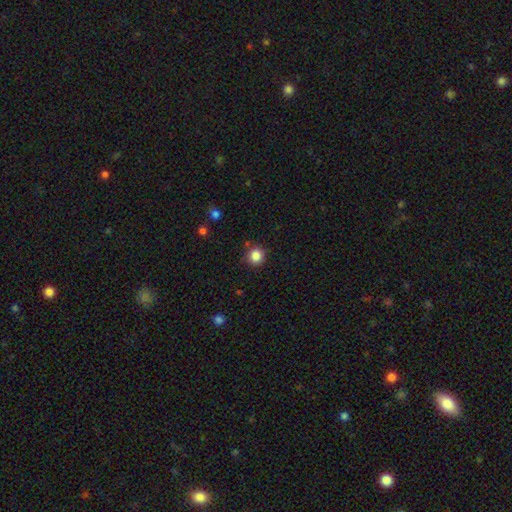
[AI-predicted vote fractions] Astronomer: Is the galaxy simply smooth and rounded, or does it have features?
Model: smooth — 85%.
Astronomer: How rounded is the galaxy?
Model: round — 92%.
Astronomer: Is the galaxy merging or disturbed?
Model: none — 85%.